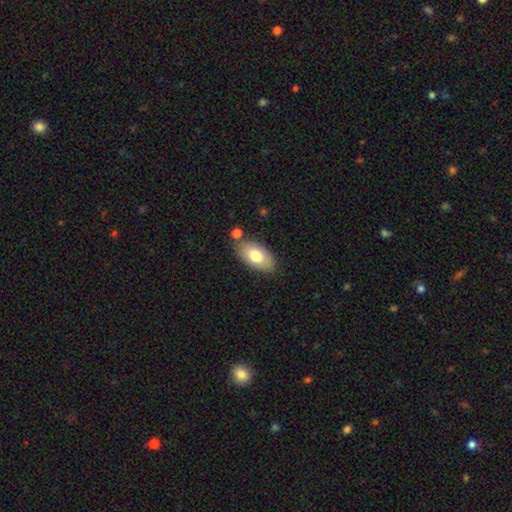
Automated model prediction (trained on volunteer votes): Smooth or featured?
  - smooth: 76% *
  - featured or disk: 18%
  - star or artifact: 7%
How rounded?
  - in between: 94% *
  - round: 4%
  - cigar-shaped: 3%
Merging?
  - none: 77% *
  - minor disturbance: 12%
  - merger: 8%
  - major disturbance: 3%